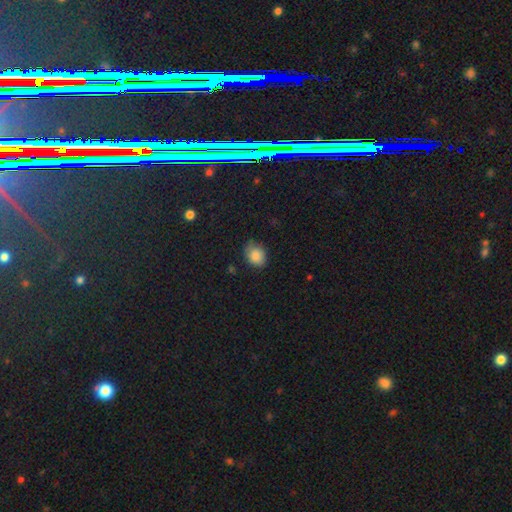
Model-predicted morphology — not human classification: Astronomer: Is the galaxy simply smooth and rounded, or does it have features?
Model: smooth — 86%.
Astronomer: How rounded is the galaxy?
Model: round — 55% (runner-up: in between, 44%).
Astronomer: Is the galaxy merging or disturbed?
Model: none — 68%.